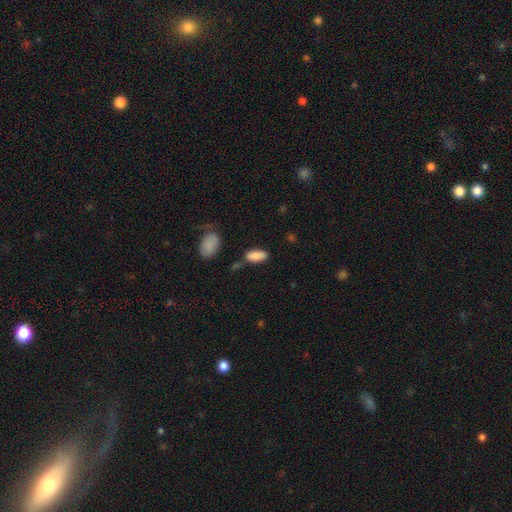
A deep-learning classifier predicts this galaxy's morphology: The model was most divided on "merging": none: 65%, minor disturbance: 19%, merger: 10%, major disturbance: 6%. More confident: how rounded — in between (88%); smooth or featured — smooth (87%).